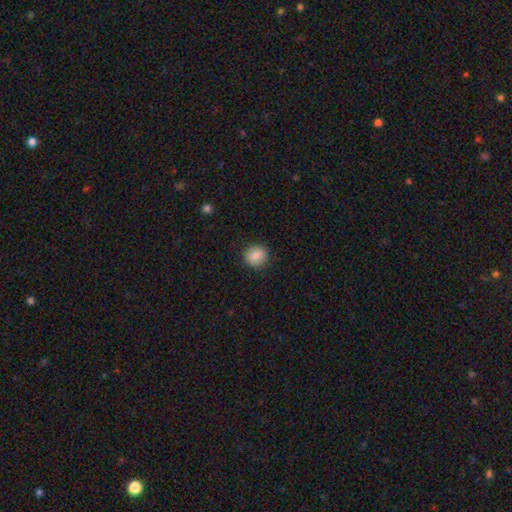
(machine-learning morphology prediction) smooth_or_featured: smooth (p=0.86) [alt: star or artifact p=0.08]
how_rounded: round (p=0.88) [alt: in between p=0.11]
merging: none (p=0.90) [alt: minor disturbance p=0.07]